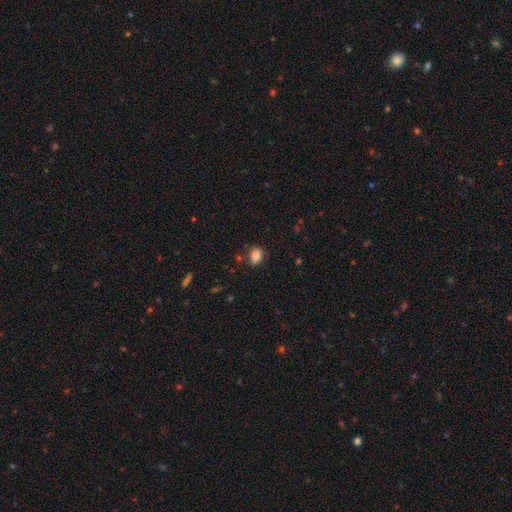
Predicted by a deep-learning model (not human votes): Smooth or featured?
  - smooth: 83% *
  - star or artifact: 10%
  - featured or disk: 7%
How rounded?
  - in between: 58% *
  - round: 41%
  - cigar-shaped: 1%
Merging?
  - none: 77% *
  - minor disturbance: 16%
  - merger: 4%
  - major disturbance: 4%